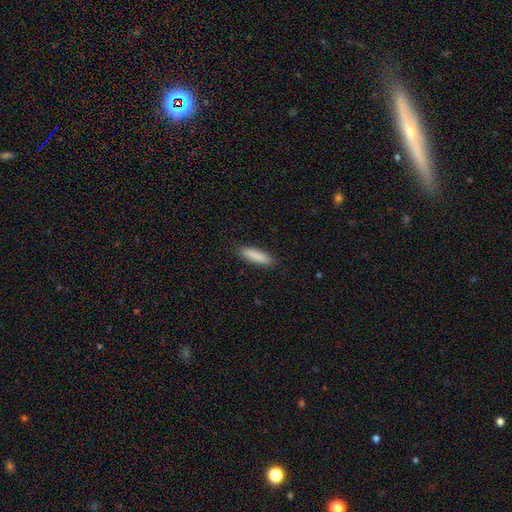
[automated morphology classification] This appears to be a smooth galaxy with no disk features (88%) that is cigar-shaped (64%). Merging: none (89%).